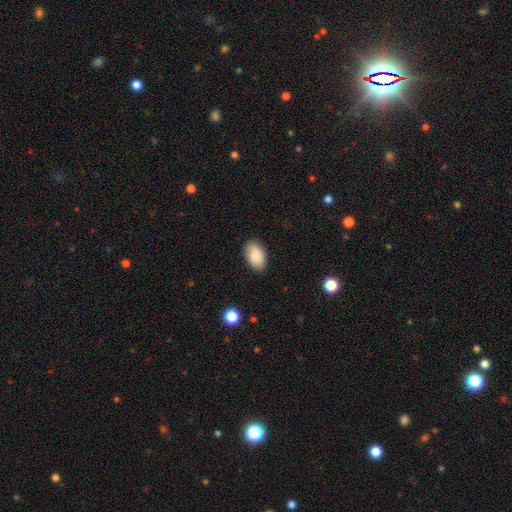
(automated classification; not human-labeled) Smooth or featured? Predicted: smooth (p=0.87). How rounded? Predicted: in between (p=0.93). Merging? Predicted: none (p=0.84).